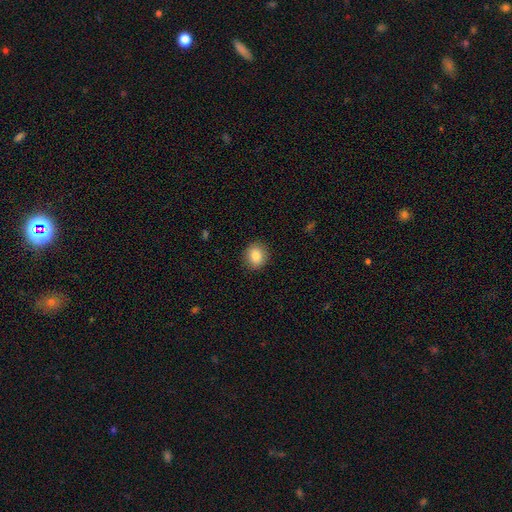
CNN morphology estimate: Q: Smooth or featured?
A: smooth (84%); runner-up: star or artifact (9%)
Q: How rounded?
A: round (74%); runner-up: in between (25%)
Q: Merging?
A: none (89%); runner-up: minor disturbance (8%)